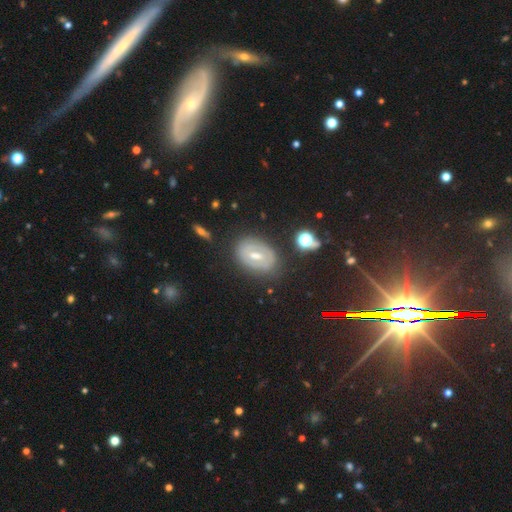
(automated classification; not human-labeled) smooth_or_featured: featured or disk (p=0.63) [alt: smooth p=0.25]
disk_edge_on: no (p=0.92) [alt: yes p=0.08]
bar: weak (p=0.45) [alt: strong p=0.31]
has_spiral_arms: no (p=0.54) [alt: yes p=0.46]
bulge_size: moderate (p=0.60) [alt: small p=0.28]
merging: none (p=0.75) [alt: minor disturbance p=0.16]